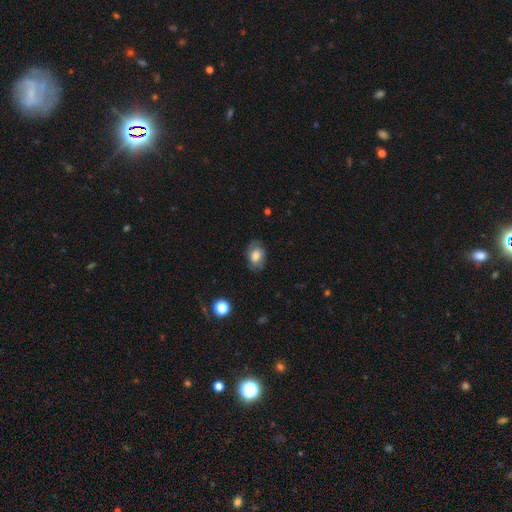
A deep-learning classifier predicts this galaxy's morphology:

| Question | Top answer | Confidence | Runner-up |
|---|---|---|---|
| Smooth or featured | smooth | 66% | featured or disk (26%) |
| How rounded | in between | 81% | round (18%) |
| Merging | none | 75% | minor disturbance (18%) |